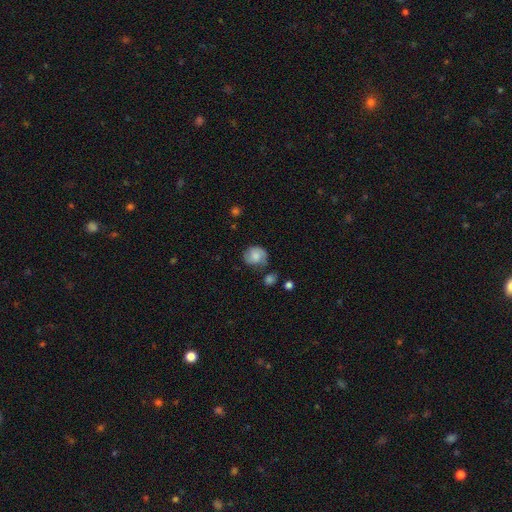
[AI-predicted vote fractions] Smooth or featured? smooth (69%)
How rounded? round (71%)
Merging? none (57%)